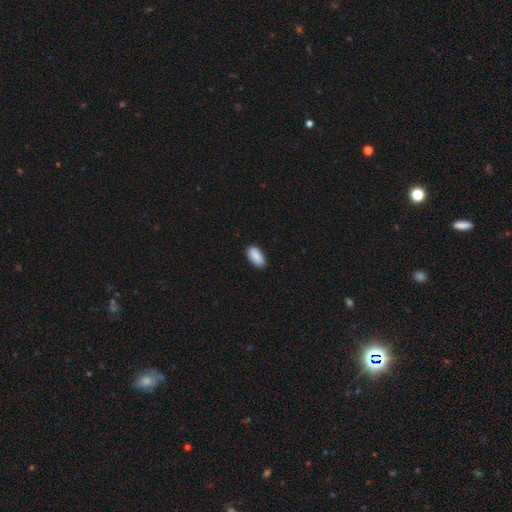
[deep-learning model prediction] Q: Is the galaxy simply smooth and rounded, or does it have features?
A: smooth — 88%.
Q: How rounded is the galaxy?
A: in between — 89%.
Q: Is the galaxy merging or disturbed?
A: none — 84%.